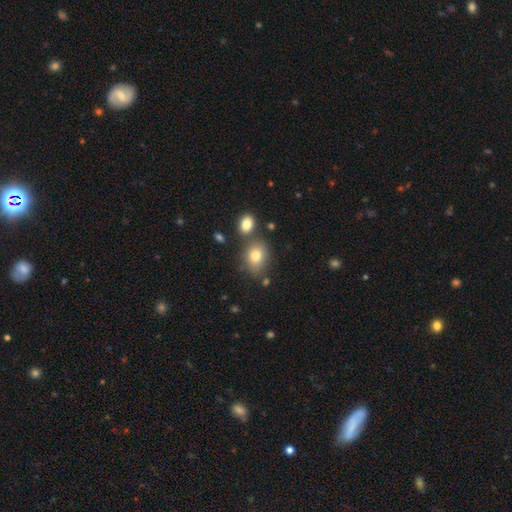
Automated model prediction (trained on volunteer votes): Morphology: type=smooth (78%); roundness=in between (58%); merging=none (67%).